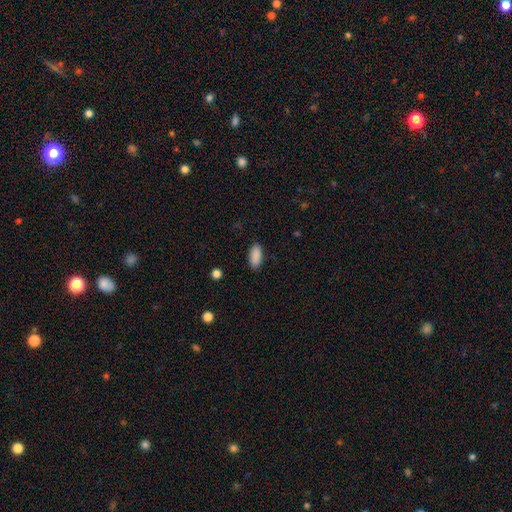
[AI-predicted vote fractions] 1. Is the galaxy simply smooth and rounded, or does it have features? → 90% smooth, 7% star or artifact, 3% featured or disk.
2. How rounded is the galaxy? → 90% in between, 8% cigar-shaped, 2% round.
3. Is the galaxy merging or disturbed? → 88% none, 8% minor disturbance, 2% major disturbance, 1% merger.